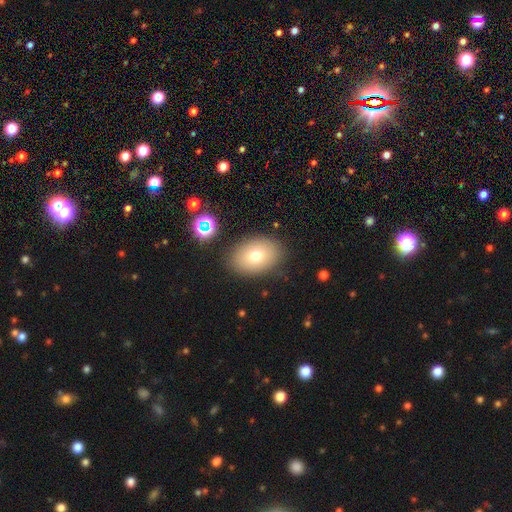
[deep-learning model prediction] Q: Smooth or featured?
A: smooth (74%); runner-up: featured or disk (15%)
Q: How rounded?
A: in between (82%); runner-up: round (17%)
Q: Merging?
A: none (84%); runner-up: minor disturbance (10%)